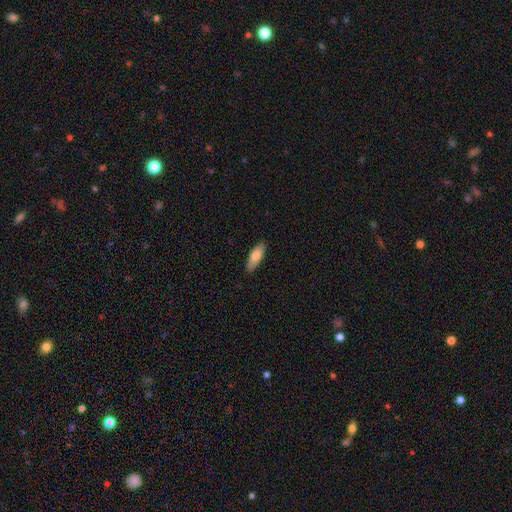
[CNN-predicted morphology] smooth-or-featured: smooth: 77% | featured or disk: 17% | star or artifact: 6%
  how-rounded: in between: 60% | cigar-shaped: 38% | round: 2%
  merging: none: 87% | minor disturbance: 10% | major disturbance: 2% | merger: 1%